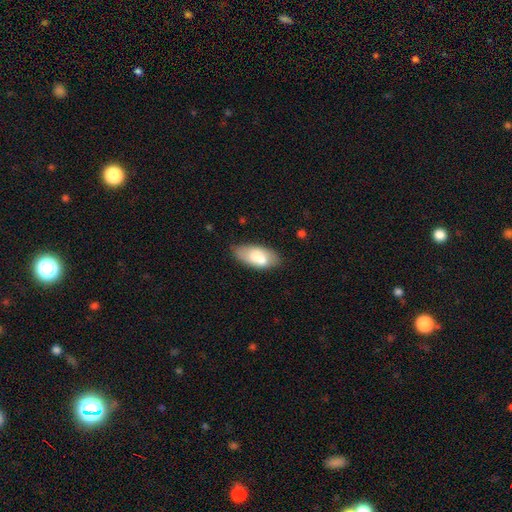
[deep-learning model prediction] Smooth or featured? smooth (73%)
How rounded? in between (90%)
Merging? none (64%)